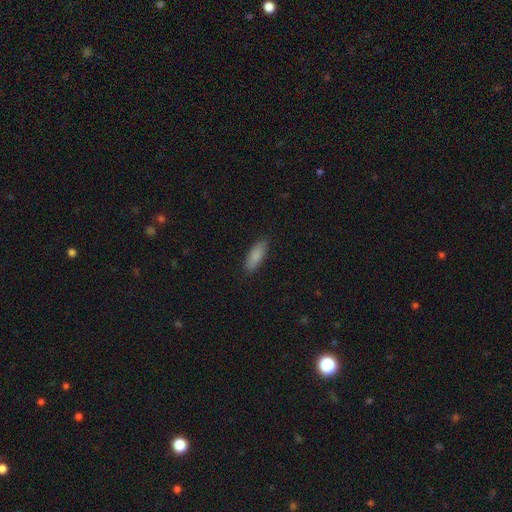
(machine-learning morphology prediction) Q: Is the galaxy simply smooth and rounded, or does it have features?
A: smooth — 86%.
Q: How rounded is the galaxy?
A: in between — 68%.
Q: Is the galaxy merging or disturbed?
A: none — 88%.